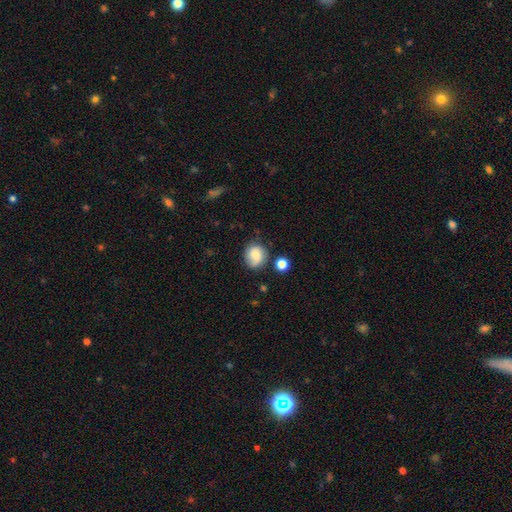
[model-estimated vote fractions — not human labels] The model was most divided on "merging": none: 71%, minor disturbance: 18%, merger: 6%, major disturbance: 5%. More confident: how rounded — round (80%); smooth or featured — smooth (71%).